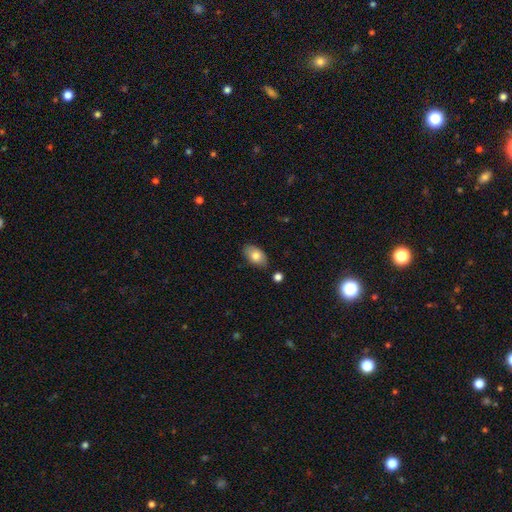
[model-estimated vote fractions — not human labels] Smooth or featured: smooth — 78% (featured or disk — 15%)
How rounded: in between — 92% (round — 6%)
Merging: none — 81% (minor disturbance — 14%)